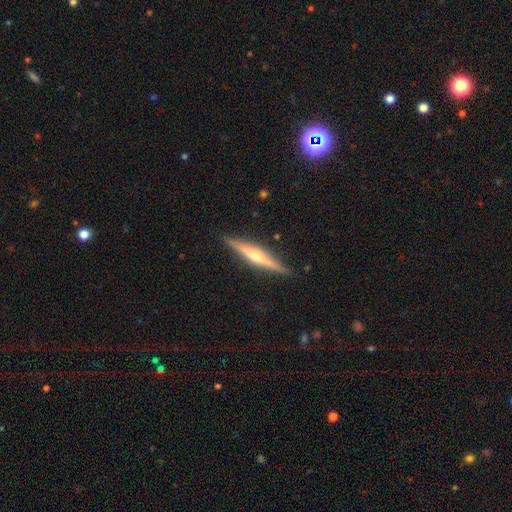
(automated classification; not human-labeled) smooth-or-featured: featured or disk: 74% | smooth: 21% | star or artifact: 5%
  disk-edge-on: yes: 98% | no: 2%
    edge-on-bulge: rounded: 81% | none: 12% | boxy: 7%
  merging: none: 90% | minor disturbance: 8% | major disturbance: 1% | merger: 1%